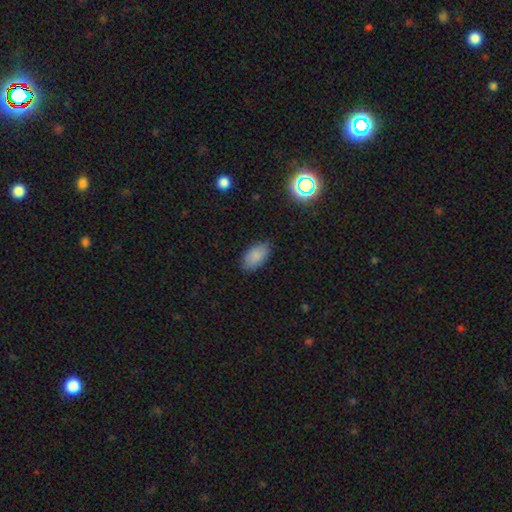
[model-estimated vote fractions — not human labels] Smooth or featured: smooth — 85% (star or artifact — 8%)
How rounded: in between — 94% (round — 4%)
Merging: none — 83% (minor disturbance — 13%)